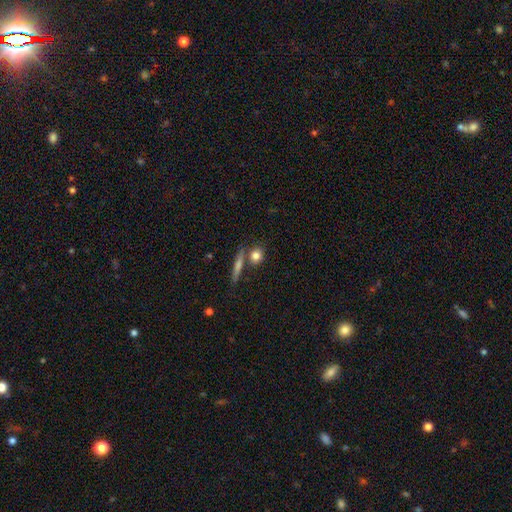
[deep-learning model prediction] Smooth or featured?
  - smooth: 79% *
  - featured or disk: 13%
  - star or artifact: 8%
How rounded?
  - round: 66% *
  - in between: 22%
  - cigar-shaped: 12%
Merging?
  - none: 67% *
  - merger: 19%
  - minor disturbance: 11%
  - major disturbance: 4%